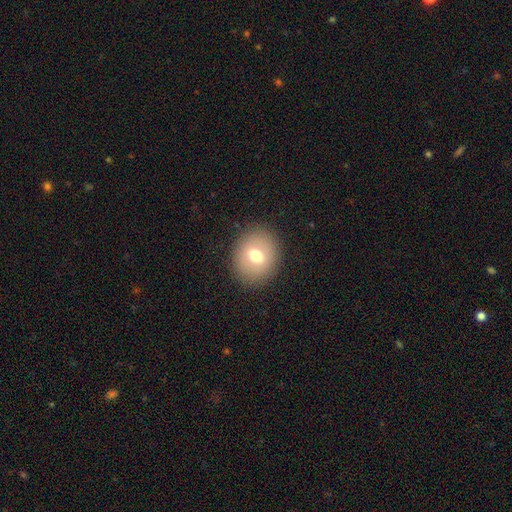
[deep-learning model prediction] smooth_or_featured: smooth (p=0.68) [alt: featured or disk p=0.21]
how_rounded: round (p=0.72) [alt: in between p=0.27]
merging: none (p=0.88) [alt: minor disturbance p=0.07]